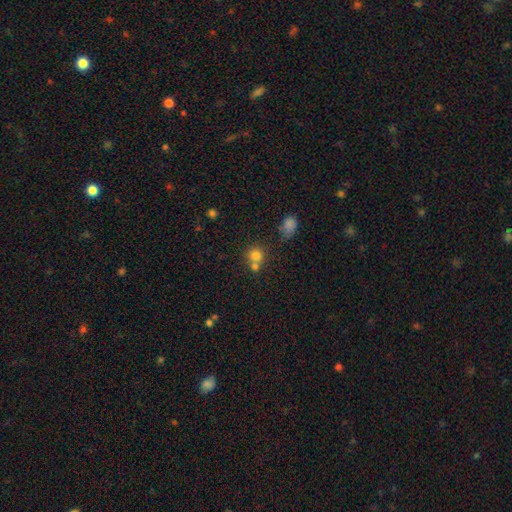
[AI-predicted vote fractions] Smooth or featured? Predicted: smooth (p=0.76). How rounded? Predicted: round (p=0.87). Merging? Predicted: none (p=0.48).